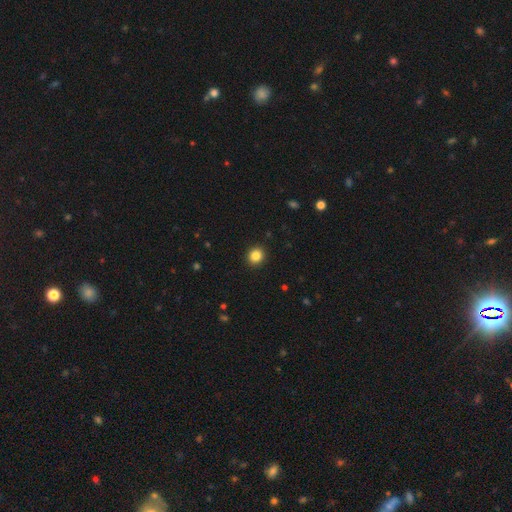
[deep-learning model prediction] The model was most divided on "how rounded": round: 84%, in between: 15%, cigar-shaped: 1%. More confident: merging — none (92%); smooth or featured — smooth (85%).